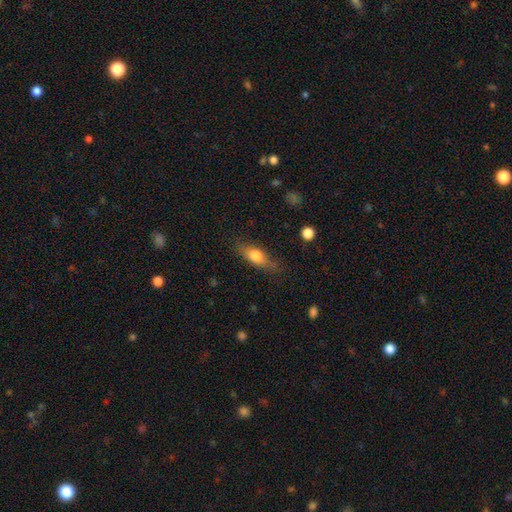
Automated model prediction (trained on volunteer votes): Smooth or featured: smooth — 72% (featured or disk — 21%)
How rounded: in between — 65% (cigar-shaped — 30%)
Merging: none — 72% (minor disturbance — 20%)